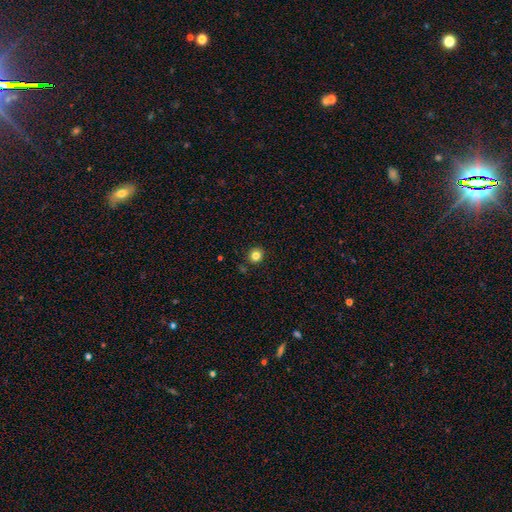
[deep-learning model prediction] This is clearly a smooth galaxy (82%). How rounded: clearly round (88%). Merging: clearly none (89%).